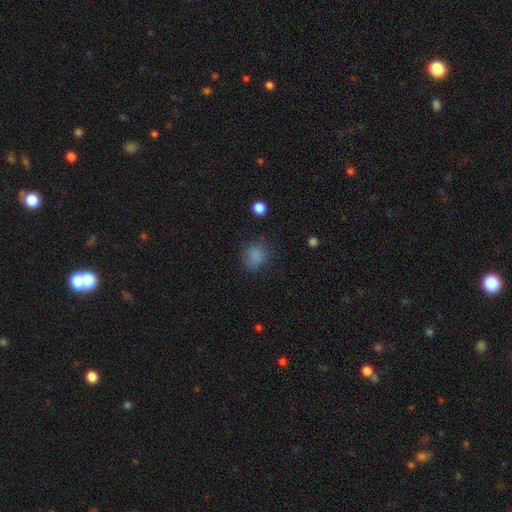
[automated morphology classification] Smooth or featured?
  - smooth: 81% *
  - star or artifact: 13%
  - featured or disk: 5%
How rounded?
  - round: 77% *
  - in between: 22%
  - cigar-shaped: 1%
Merging?
  - none: 75% *
  - minor disturbance: 16%
  - major disturbance: 7%
  - merger: 2%